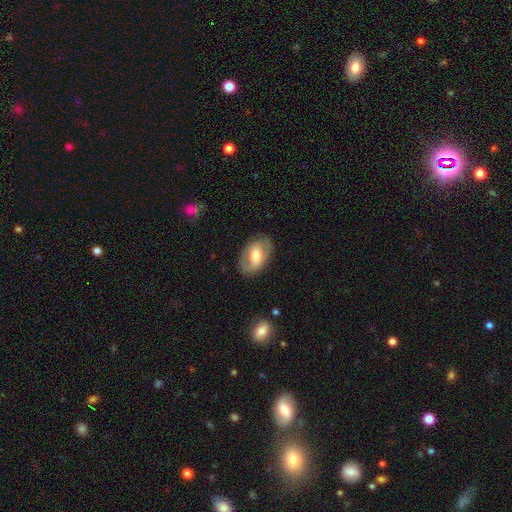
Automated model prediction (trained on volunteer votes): This appears to be a smooth galaxy with no disk features (50%). Merging: none (80%).